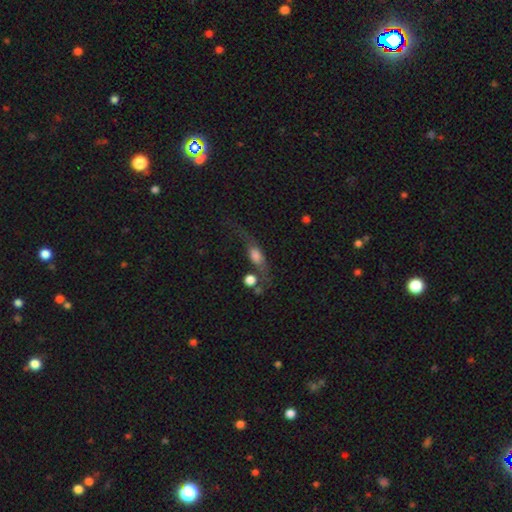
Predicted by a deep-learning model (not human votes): Overall: smooth (50%; featured or disk 40%). Merging: none (42%; major disturbance 23%).